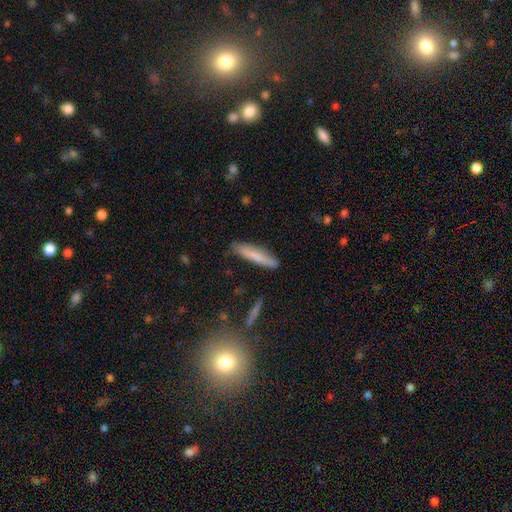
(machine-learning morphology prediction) This appears to be a smooth galaxy with no disk features (74%) that is cigar-shaped (87%). Merging: none (84%).